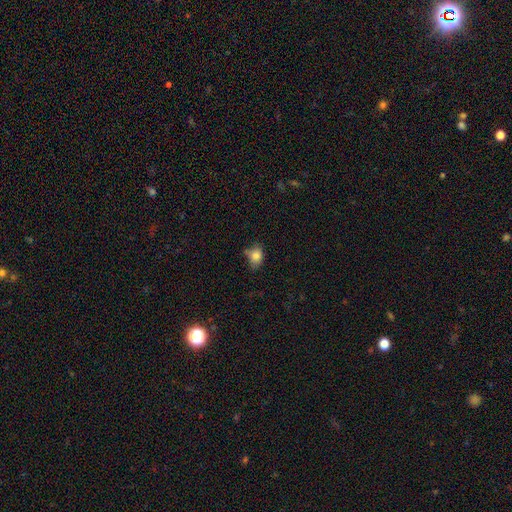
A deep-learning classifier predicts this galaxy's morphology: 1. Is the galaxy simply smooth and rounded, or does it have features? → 80% smooth, 10% star or artifact, 9% featured or disk.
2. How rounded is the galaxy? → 67% in between, 31% round, 2% cigar-shaped.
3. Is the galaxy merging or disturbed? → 55% none, 31% minor disturbance, 8% major disturbance, 6% merger.